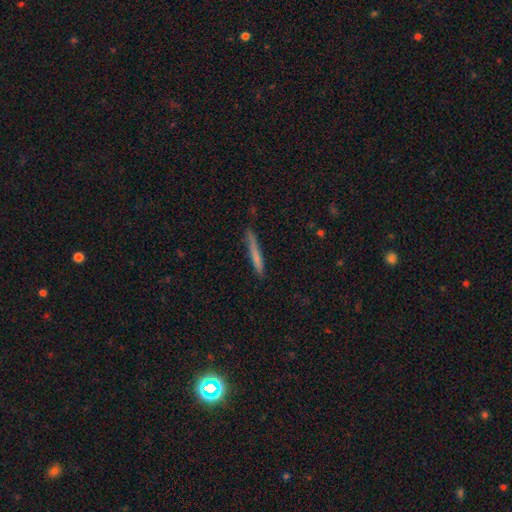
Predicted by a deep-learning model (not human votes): Q: Smooth or featured?
A: smooth (70%); runner-up: featured or disk (23%)
Q: How rounded?
A: cigar-shaped (96%); runner-up: in between (3%)
Q: Merging?
A: none (82%); runner-up: minor disturbance (14%)